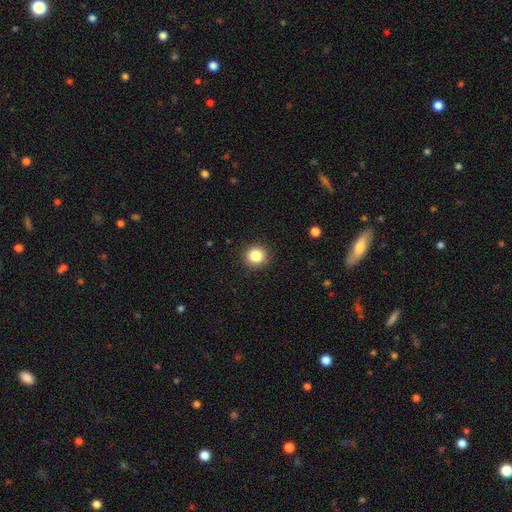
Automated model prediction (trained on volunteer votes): smooth-or-featured: smooth: 84% | star or artifact: 11% | featured or disk: 5%
  how-rounded: round: 89% | in between: 10% | cigar-shaped: 1%
  merging: none: 88% | minor disturbance: 9% | major disturbance: 2% | merger: 1%